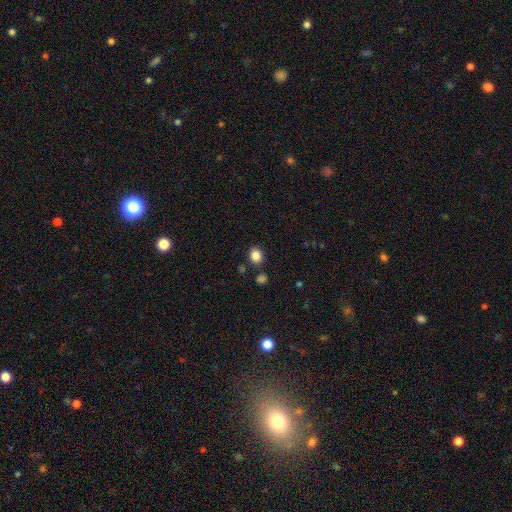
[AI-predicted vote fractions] Smooth or featured? smooth (85%)
How rounded? round (62%)
Merging? none (83%)